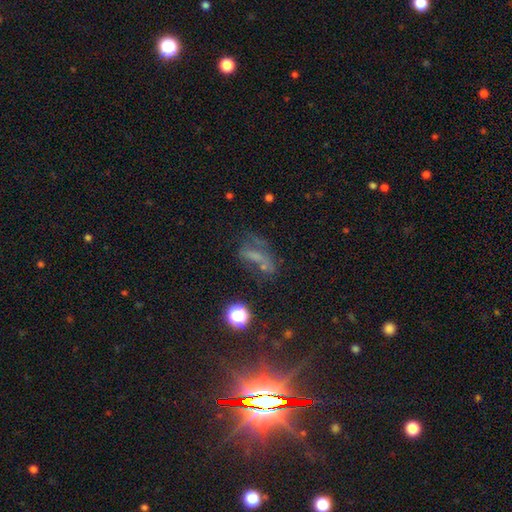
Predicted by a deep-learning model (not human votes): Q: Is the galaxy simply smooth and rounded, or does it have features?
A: star or artifact — 37%.